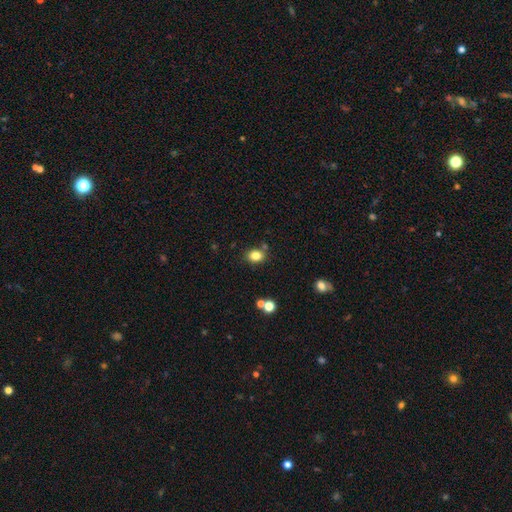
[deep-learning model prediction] A smooth galaxy with no disk features (83%) that is in between round and cigar-shaped (58%). Merging: none (79%).